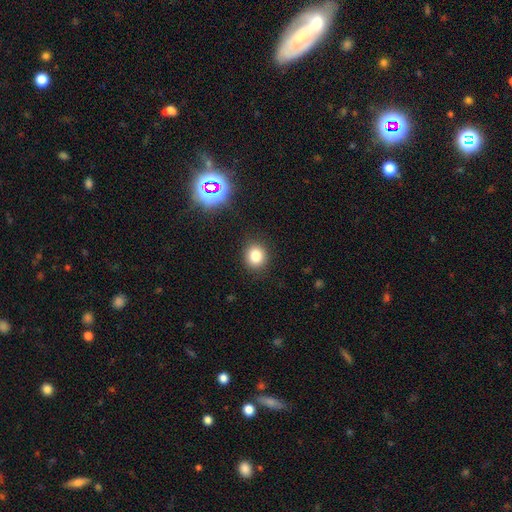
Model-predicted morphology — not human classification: The model was most divided on "how rounded": round: 75%, in between: 24%, cigar-shaped: 1%. More confident: merging — none (89%); smooth or featured — smooth (81%).